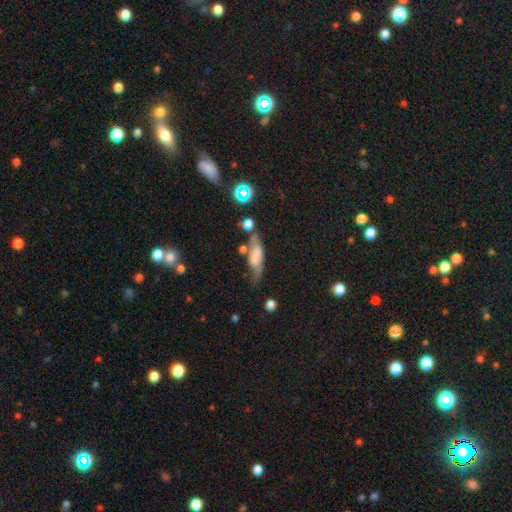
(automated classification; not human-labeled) Overall: smooth (51%; featured or disk 40%). How rounded: in between (57%; cigar-shaped 40%). Merging: none (41%; minor disturbance 28%).